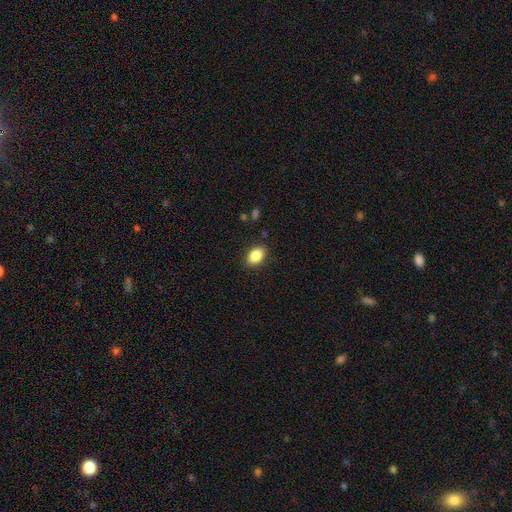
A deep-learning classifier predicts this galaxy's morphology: smooth-or-featured: smooth: 86% | star or artifact: 8% | featured or disk: 6%
  how-rounded: in between: 87% | round: 11% | cigar-shaped: 1%
  merging: none: 87% | minor disturbance: 9% | major disturbance: 2% | merger: 1%